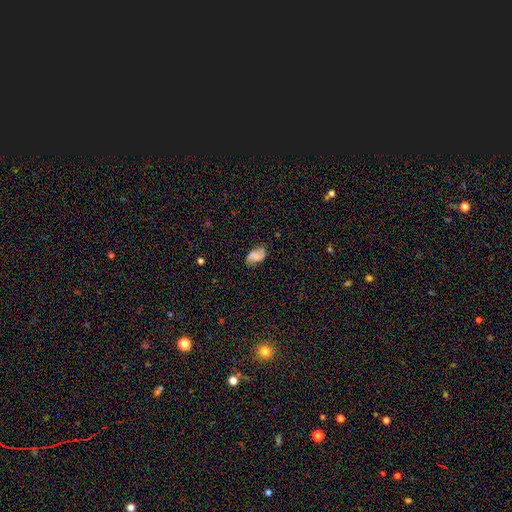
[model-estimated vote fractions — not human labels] A smooth galaxy with no disk features (46%).

Vote fractions:
- Smooth or featured? smooth: 46% / featured or disk: 44% / star or artifact: 10%
- Merging? none: 74% / minor disturbance: 19% / major disturbance: 5% / merger: 2%